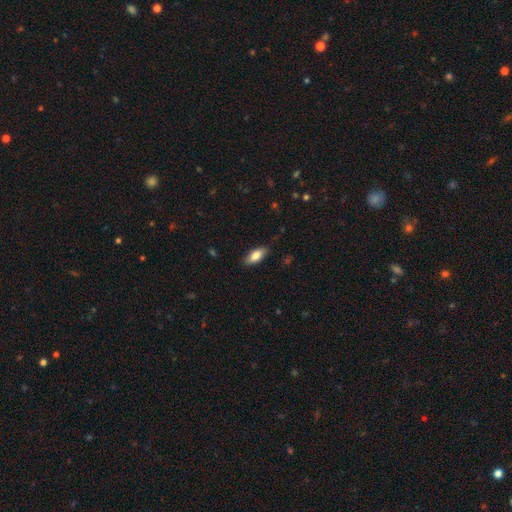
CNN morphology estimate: Smooth or featured?
  - smooth: 81% *
  - featured or disk: 13%
  - star or artifact: 6%
How rounded?
  - in between: 82% *
  - cigar-shaped: 16%
  - round: 2%
Merging?
  - none: 84% *
  - minor disturbance: 13%
  - major disturbance: 2%
  - merger: 1%